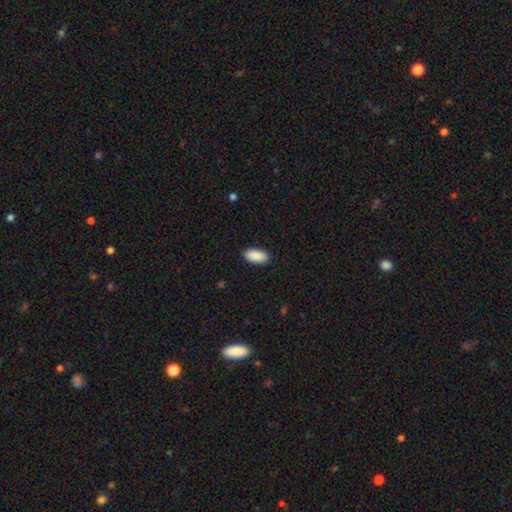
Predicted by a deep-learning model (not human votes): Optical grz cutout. It shows a smooth galaxy with no disk features (91%) that is in between round and cigar-shaped (94%). Merging: none (90%).